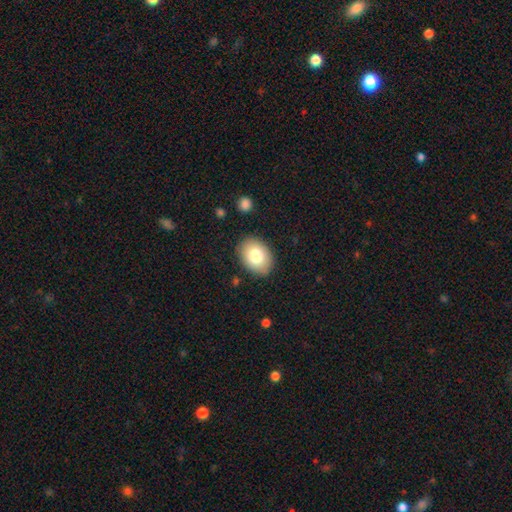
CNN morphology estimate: This appears to be a smooth galaxy with no disk features (78%) that is in between round and cigar-shaped (73%). Merging: none (87%).